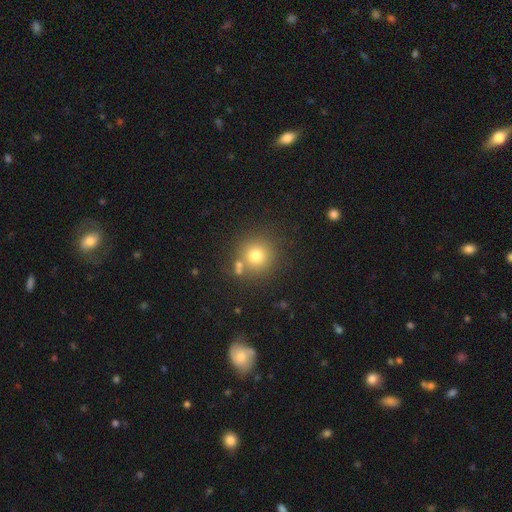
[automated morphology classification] The model was most divided on "smooth or featured": smooth: 75%, star or artifact: 14%, featured or disk: 11%. More confident: how rounded — round (92%); merging — none (74%).